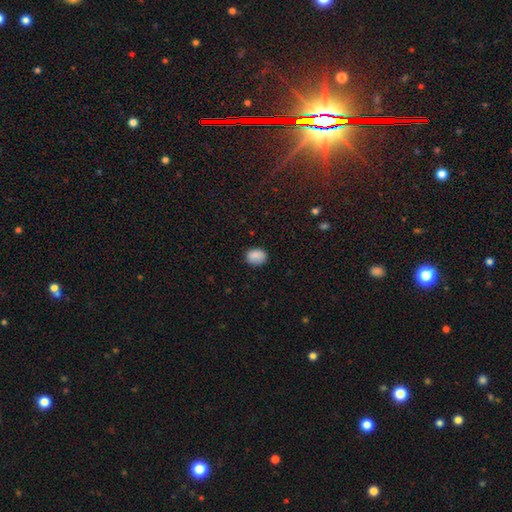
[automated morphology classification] type=smooth (87%); roundness=in between (52%); merging=none (80%).